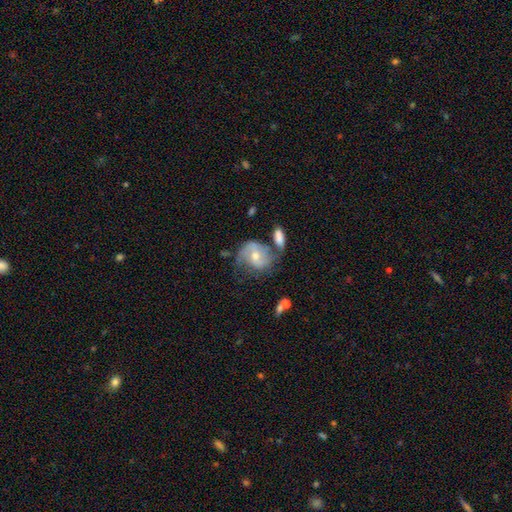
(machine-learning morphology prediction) smooth_or_featured: featured or disk (p=0.70) [alt: smooth p=0.21]
disk_edge_on: no (p=0.97) [alt: yes p=0.03]
bar: no (p=0.52) [alt: weak p=0.36]
has_spiral_arms: yes (p=0.86) [alt: no p=0.14]
spiral_winding: medium (p=0.44) [alt: tight p=0.33]
spiral_arm_count: 2 (p=0.68) [alt: can't tell p=0.17]
bulge_size: moderate (p=0.59) [alt: small p=0.37]
merging: none (p=0.47) [alt: minor disturbance p=0.21]